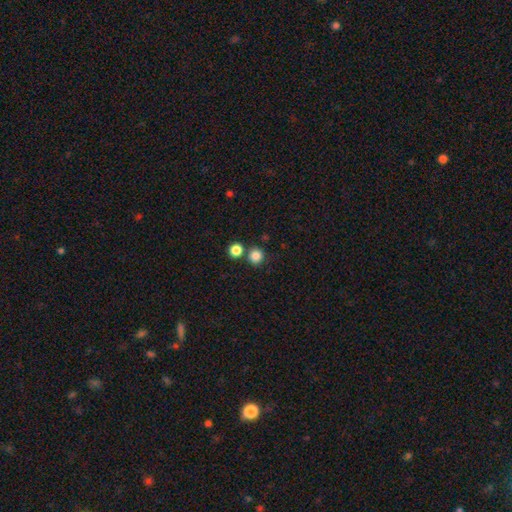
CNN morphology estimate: smooth_or_featured: smooth (p=0.84) [alt: star or artifact p=0.12]
how_rounded: round (p=0.92) [alt: in between p=0.07]
merging: none (p=0.74) [alt: merger p=0.16]